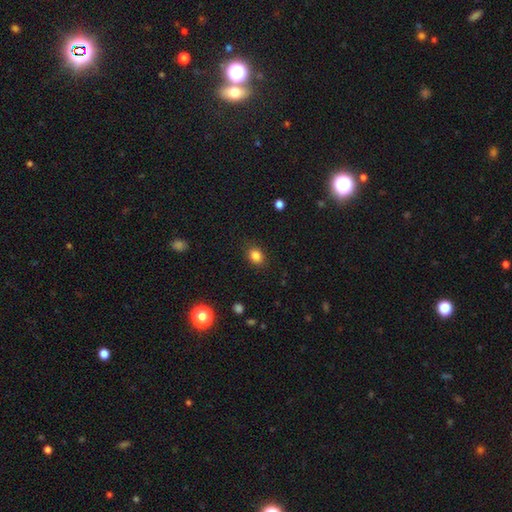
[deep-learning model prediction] smooth_or_featured: smooth (p=0.84) [alt: star or artifact p=0.11]
how_rounded: in between (p=0.59) [alt: round p=0.40]
merging: none (p=0.87) [alt: minor disturbance p=0.10]